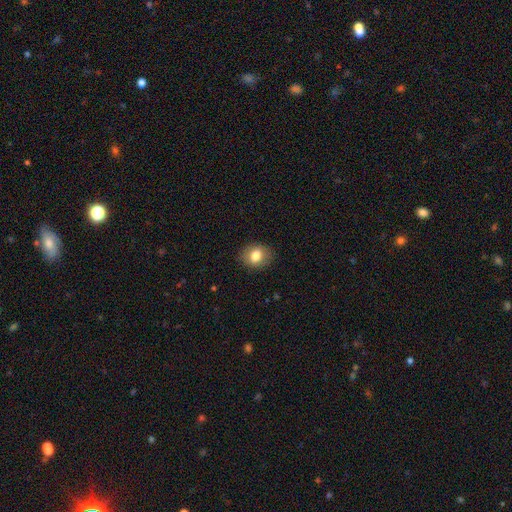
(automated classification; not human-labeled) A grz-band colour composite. It shows a smooth galaxy with no disk features (79%) that is round (50%). Merging: none (86%).